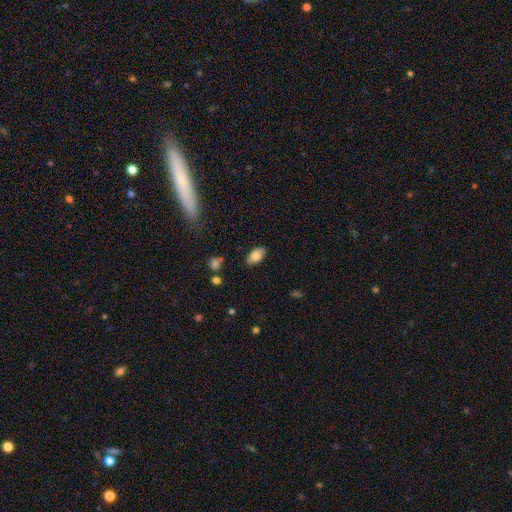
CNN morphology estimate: Smooth or featured? smooth (79%)
How rounded? in between (93%)
Merging? none (84%)